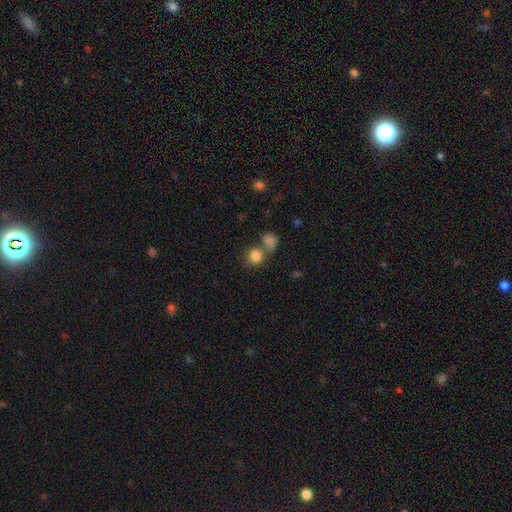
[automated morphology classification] The model was most divided on "merging": none: 49%, merger: 35%, minor disturbance: 10%, major disturbance: 6%. More confident: smooth or featured — smooth (83%); how rounded — round (76%).